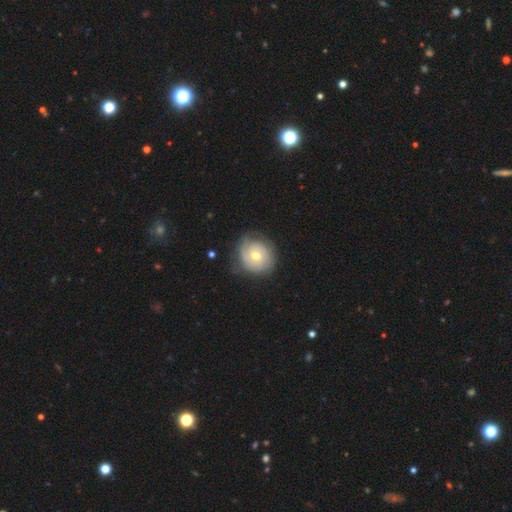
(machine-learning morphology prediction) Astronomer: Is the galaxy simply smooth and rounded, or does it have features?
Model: featured or disk — 56% (runner-up: smooth, 37%).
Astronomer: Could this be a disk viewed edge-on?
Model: no — 97%.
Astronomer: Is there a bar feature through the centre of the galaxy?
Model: no — 80%.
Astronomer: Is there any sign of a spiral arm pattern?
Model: yes — 77%.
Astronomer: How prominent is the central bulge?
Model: moderate — 65%.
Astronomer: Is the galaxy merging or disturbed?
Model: none — 71%.